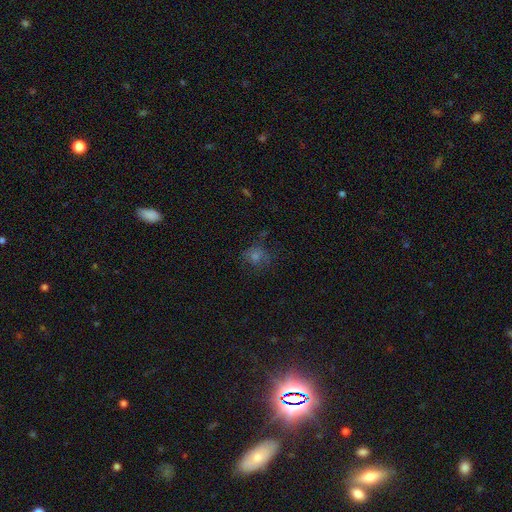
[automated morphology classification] Overall: smooth (45%; star or artifact 35%). Merging: none (70%).